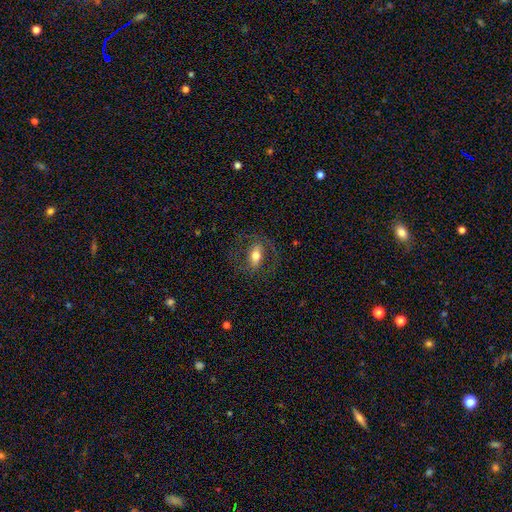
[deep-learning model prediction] This is possibly a featured or disk galaxy (49%). Merging: likely none (73%).